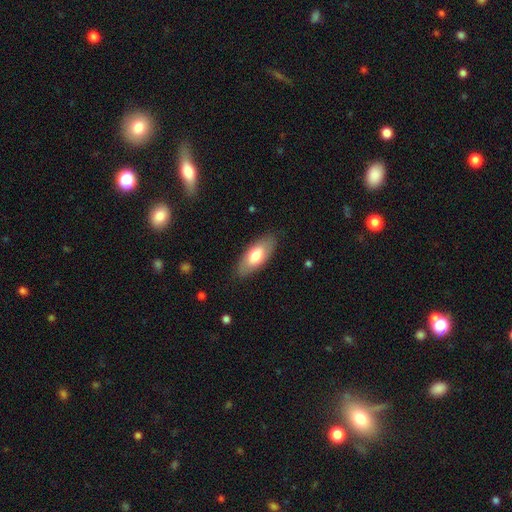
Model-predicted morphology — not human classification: Smooth or featured: smooth — 71% (featured or disk — 24%)
How rounded: in between — 85% (cigar-shaped — 13%)
Merging: none — 85% (minor disturbance — 11%)